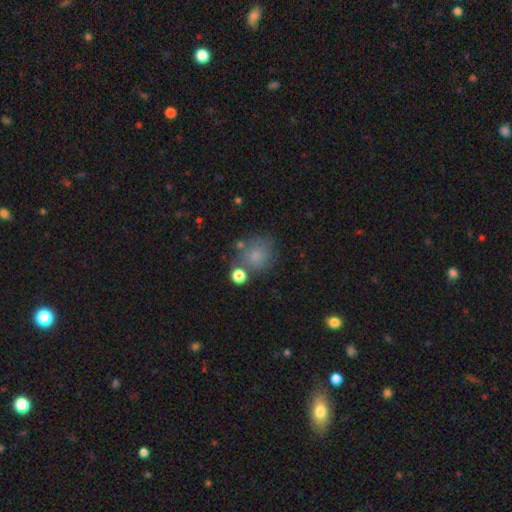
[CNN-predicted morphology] type=smooth (74%); roundness=round (82%); merging=none (64%).